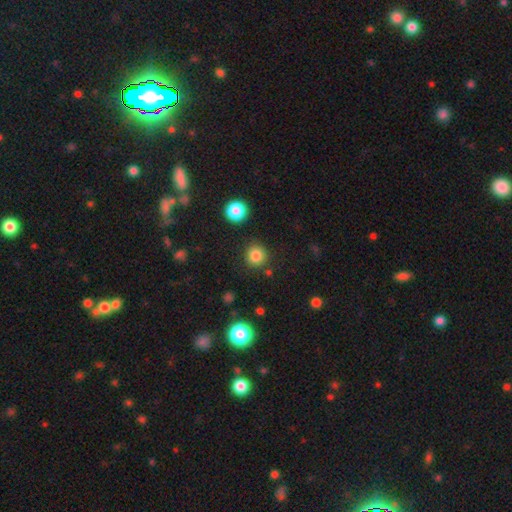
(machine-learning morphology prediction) Smooth or featured? smooth (84%)
How rounded? round (93%)
Merging? none (87%)